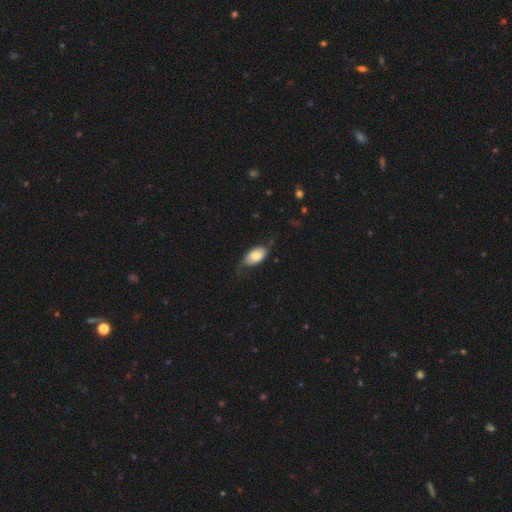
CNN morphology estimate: Smooth or featured? Predicted: smooth (p=0.69). How rounded? Predicted: in between (p=0.92). Merging? Predicted: none (p=0.50).